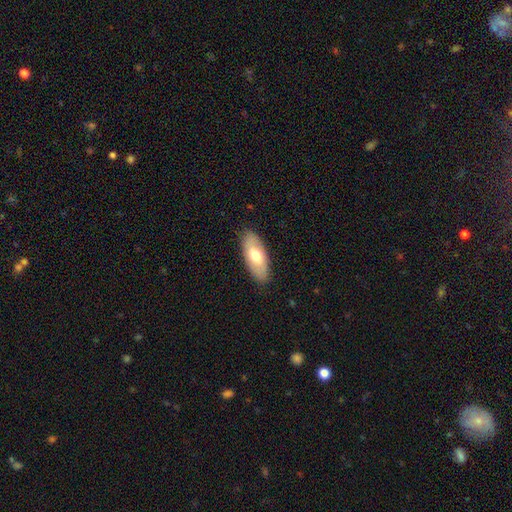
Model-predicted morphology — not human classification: Smooth or featured?
  - smooth: 64% *
  - featured or disk: 30%
  - star or artifact: 6%
How rounded?
  - in between: 86% *
  - cigar-shaped: 12%
  - round: 2%
Merging?
  - none: 87% *
  - minor disturbance: 10%
  - major disturbance: 2%
  - merger: 1%